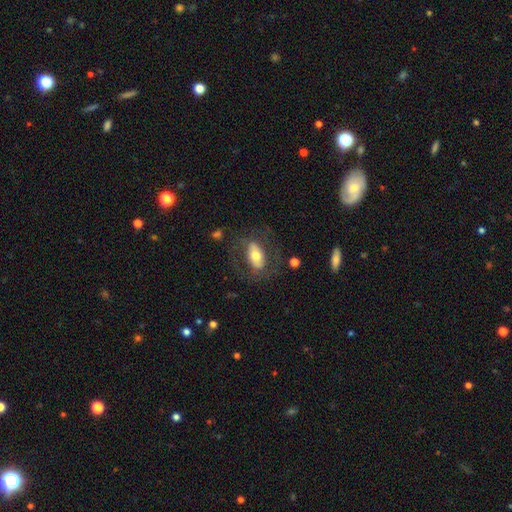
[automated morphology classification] Smooth or featured?
  - smooth: 50% *
  - featured or disk: 42%
  - star or artifact: 7%
How rounded?
  - in between: 86% *
  - round: 8%
  - cigar-shaped: 5%
Merging?
  - none: 67% *
  - minor disturbance: 16%
  - major disturbance: 15%
  - merger: 2%